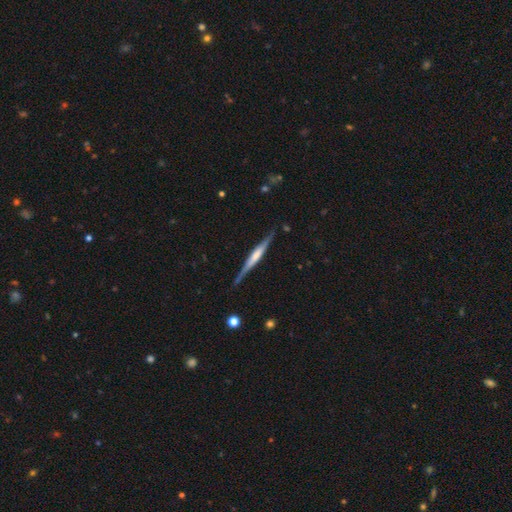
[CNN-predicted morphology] This is likely a featured or disk galaxy (68%). It is clearly viewed edge-on (97%). Edge-on bulge: marginally boxy (39%). Merging: clearly none (83%).